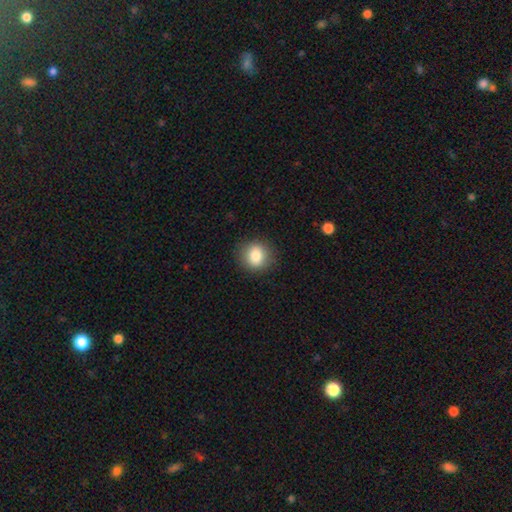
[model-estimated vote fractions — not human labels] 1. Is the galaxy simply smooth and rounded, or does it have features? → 83% smooth, 9% star or artifact, 7% featured or disk.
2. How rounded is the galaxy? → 82% round, 17% in between, 1% cigar-shaped.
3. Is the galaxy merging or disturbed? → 88% none, 8% minor disturbance, 3% major disturbance, 1% merger.